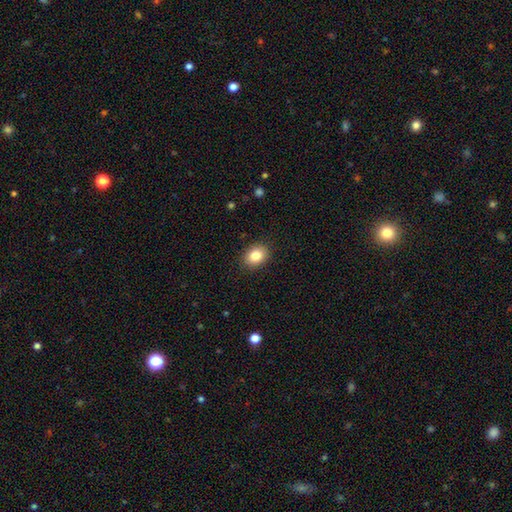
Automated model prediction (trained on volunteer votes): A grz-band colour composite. It shows a smooth galaxy with no disk features (84%) that is in between round and cigar-shaped (61%). Merging: none (89%).